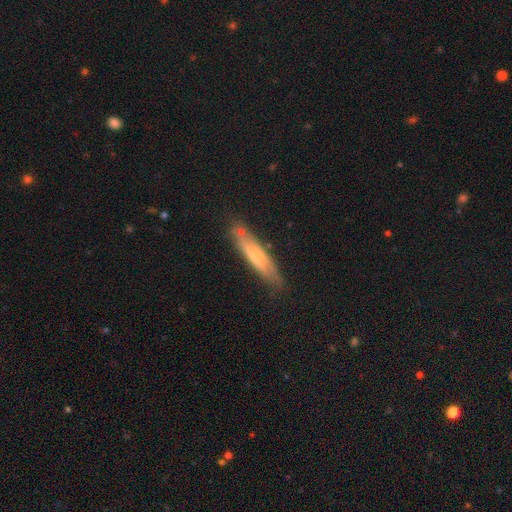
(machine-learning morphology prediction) This appears to be a featured or disk galaxy (48%). Merging: none (76%).